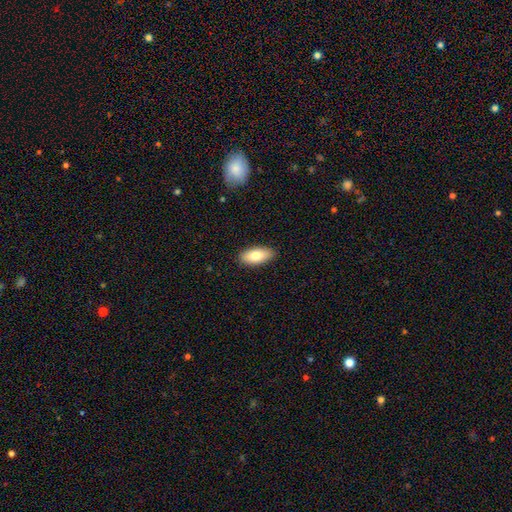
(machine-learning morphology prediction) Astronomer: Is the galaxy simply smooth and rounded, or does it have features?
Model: smooth — 79%.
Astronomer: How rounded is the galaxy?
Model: in between — 89%.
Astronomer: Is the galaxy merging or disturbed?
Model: none — 88%.